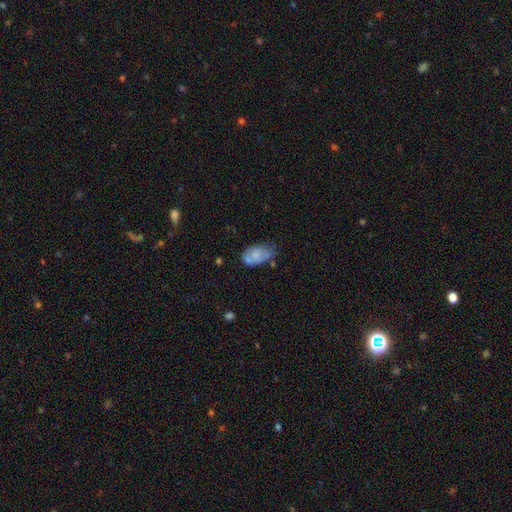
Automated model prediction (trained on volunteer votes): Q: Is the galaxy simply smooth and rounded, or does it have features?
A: smooth — 65%.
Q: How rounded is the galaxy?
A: in between — 90%.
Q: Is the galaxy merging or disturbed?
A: none — 43%.